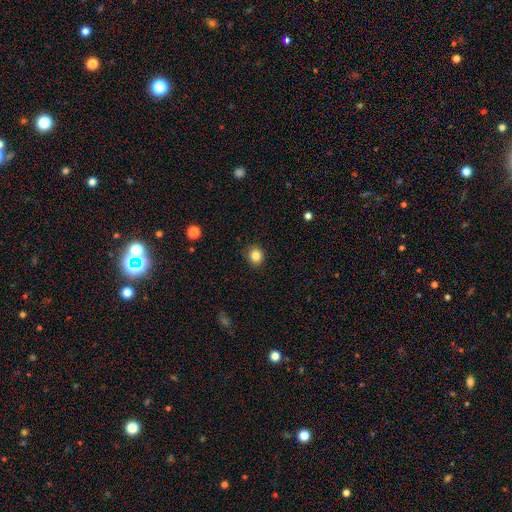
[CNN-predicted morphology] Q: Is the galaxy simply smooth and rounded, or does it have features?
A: smooth — 85%.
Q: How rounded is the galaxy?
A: round — 80%.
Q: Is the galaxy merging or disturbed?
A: none — 89%.